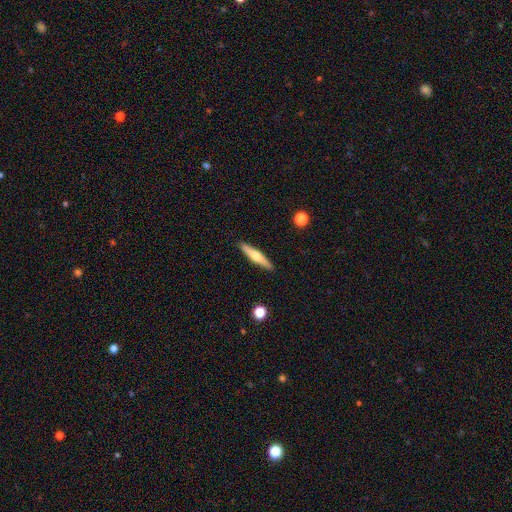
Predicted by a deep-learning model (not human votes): Smooth or featured? Predicted: smooth (p=0.49). Merging? Predicted: none (p=0.90).